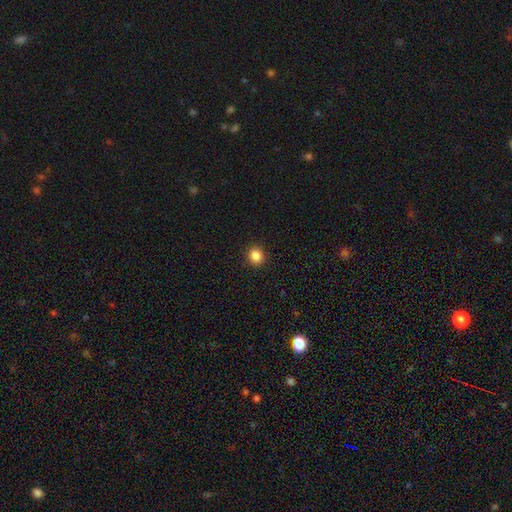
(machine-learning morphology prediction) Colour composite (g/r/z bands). It shows a smooth galaxy with no disk features (86%) that is round (88%). Merging: none (92%).